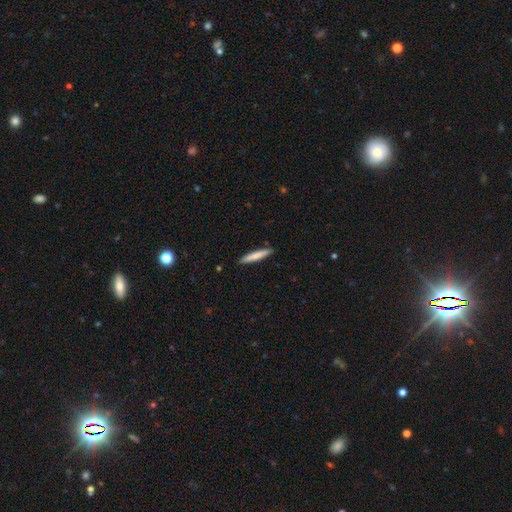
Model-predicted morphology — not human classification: Q: Smooth or featured?
A: smooth (75%); runner-up: featured or disk (19%)
Q: How rounded?
A: cigar-shaped (94%); runner-up: in between (5%)
Q: Merging?
A: none (90%); runner-up: minor disturbance (7%)